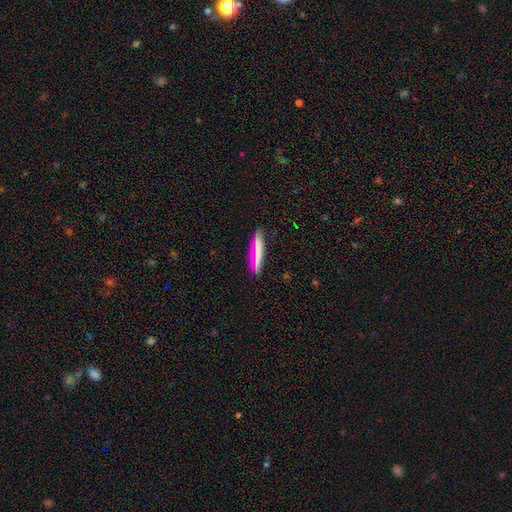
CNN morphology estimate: Smooth or featured: smooth — 71% (featured or disk — 20%)
How rounded: cigar-shaped — 77% (in between — 20%)
Merging: none — 87% (minor disturbance — 10%)